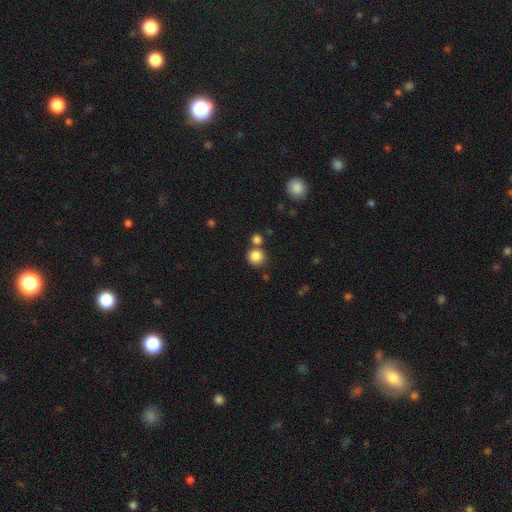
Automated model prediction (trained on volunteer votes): smooth 84%, star or artifact 10%, featured or disk 5%. Down the decision tree: how rounded — round (91%); merging — none (69%).